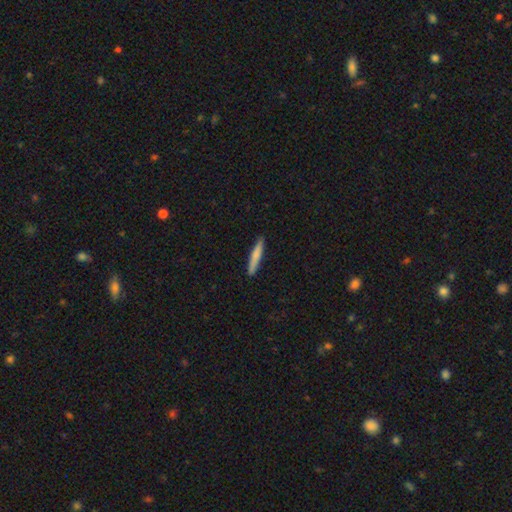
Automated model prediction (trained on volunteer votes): Q: Smooth or featured?
A: smooth (75%); runner-up: featured or disk (19%)
Q: How rounded?
A: cigar-shaped (94%); runner-up: in between (5%)
Q: Merging?
A: none (90%); runner-up: minor disturbance (7%)